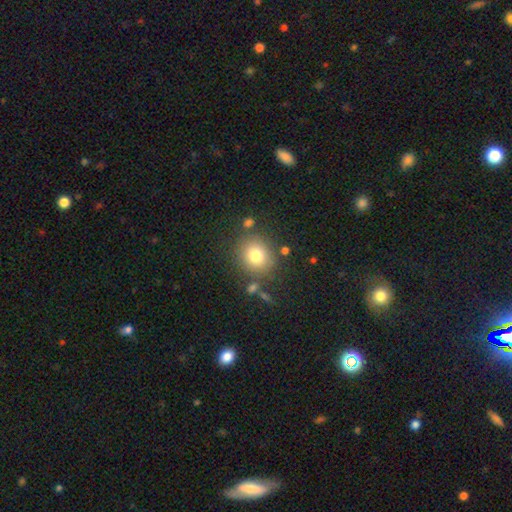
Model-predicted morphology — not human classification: Smooth or featured?
  - smooth: 77% *
  - star or artifact: 13%
  - featured or disk: 10%
How rounded?
  - round: 83% *
  - in between: 16%
  - cigar-shaped: 1%
Merging?
  - none: 81% *
  - minor disturbance: 10%
  - merger: 5%
  - major disturbance: 4%